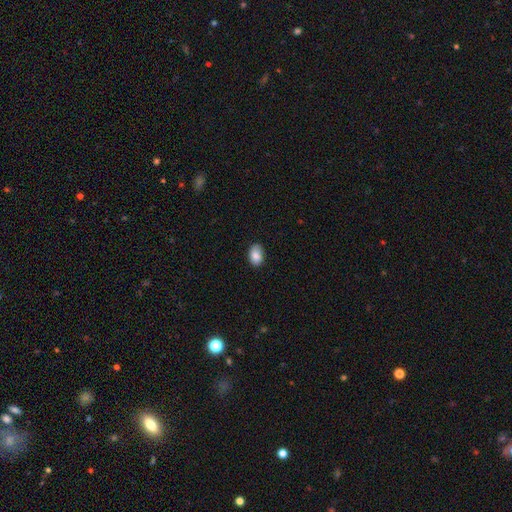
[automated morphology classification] This is clearly a smooth galaxy (86%). How rounded: clearly in between (88%). Merging: clearly none (82%).